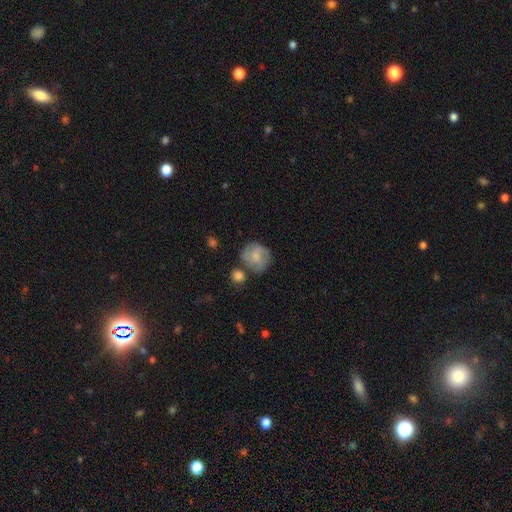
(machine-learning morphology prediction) smooth 54%, featured or disk 38%, star or artifact 7%. Down the decision tree: how rounded — round (82%); merging — none (62%).